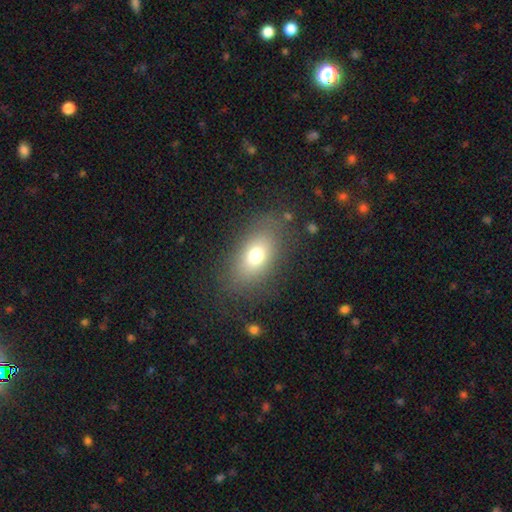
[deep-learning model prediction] Morphology: type=smooth (72%); roundness=in between (81%); merging=none (80%).